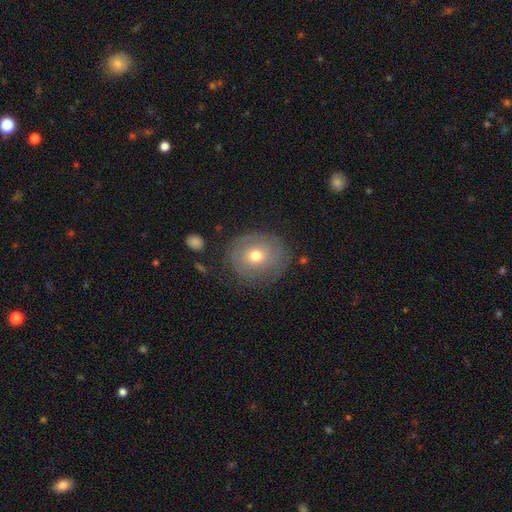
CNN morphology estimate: type=smooth (56%); roundness=round (73%); merging=none (72%).